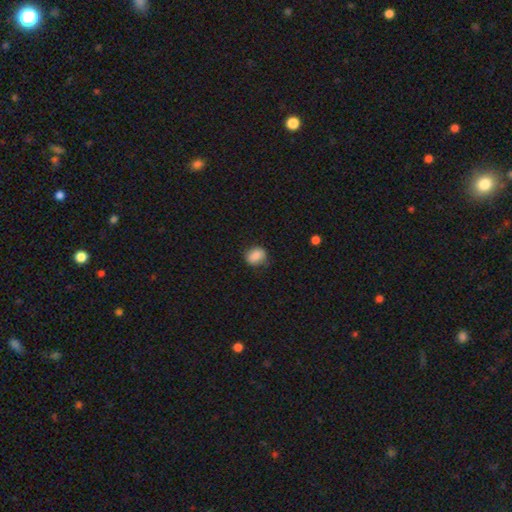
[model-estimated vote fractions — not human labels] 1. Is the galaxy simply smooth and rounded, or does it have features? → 85% smooth, 9% star or artifact, 7% featured or disk.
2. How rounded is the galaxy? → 50% round, 48% in between, 1% cigar-shaped.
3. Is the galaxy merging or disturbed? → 75% none, 19% minor disturbance, 4% major disturbance, 1% merger.